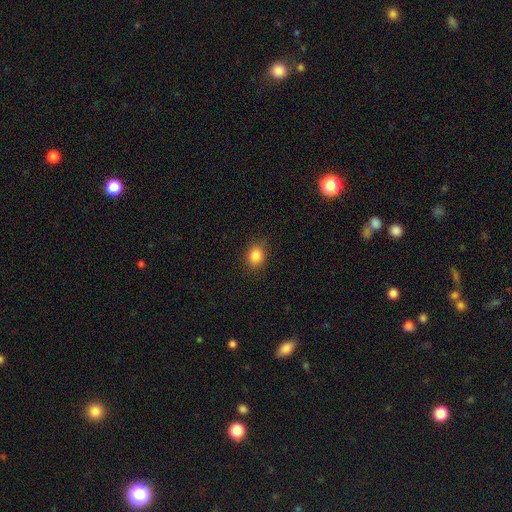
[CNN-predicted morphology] Smooth or featured? smooth (85%)
How rounded? in between (51%)
Merging? none (86%)